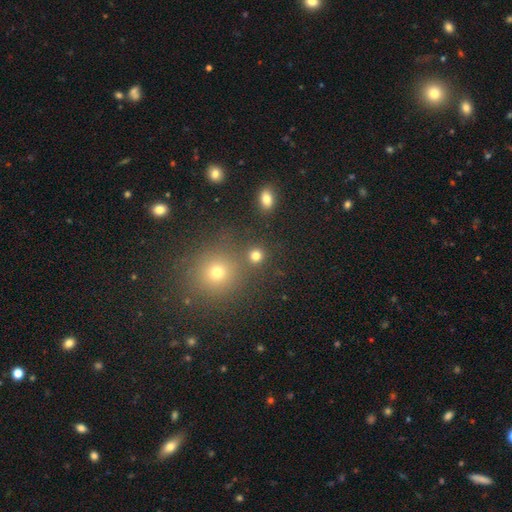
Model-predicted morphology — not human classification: type=smooth (78%); roundness=round (89%); merging=none (79%).